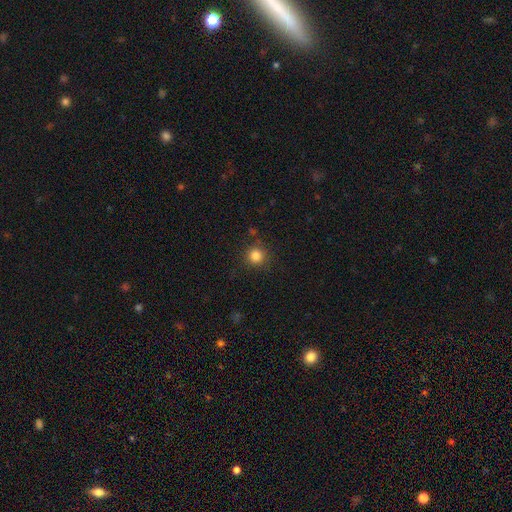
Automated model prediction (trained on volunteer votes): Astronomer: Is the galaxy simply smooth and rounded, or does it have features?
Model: smooth — 82%.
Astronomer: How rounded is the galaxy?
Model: round — 94%.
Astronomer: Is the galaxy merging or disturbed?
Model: none — 87%.